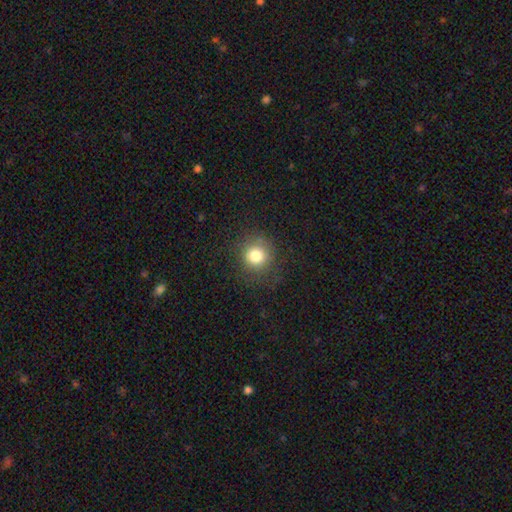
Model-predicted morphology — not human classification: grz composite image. It shows a smooth galaxy with no disk features (81%) that is round (92%). Merging: none (85%).